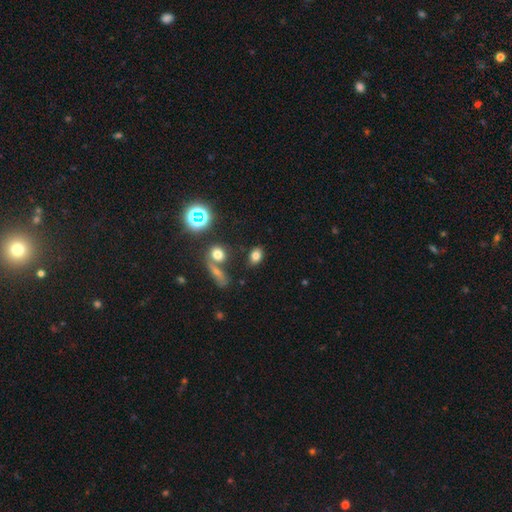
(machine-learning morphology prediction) This appears to be a smooth galaxy with no disk features (76%) that is in between round and cigar-shaped (77%). Merging: none (78%).